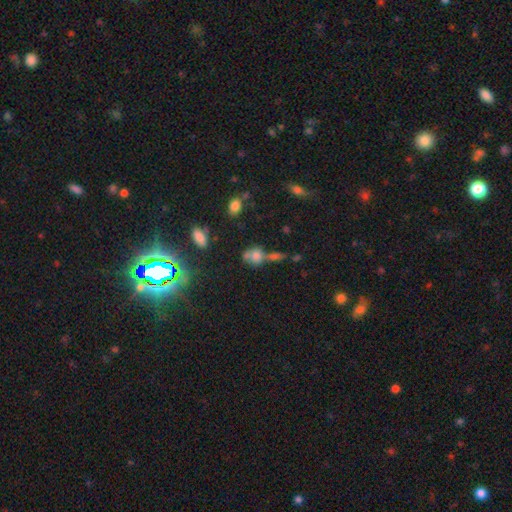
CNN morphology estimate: A smooth galaxy with no disk features (68%) that is round (62%).

Vote fractions:
- Smooth or featured? smooth: 68% / featured or disk: 16% / star or artifact: 15%
- How rounded? round: 62% / in between: 35% / cigar-shaped: 4%
- Merging? merger: 45% / none: 33% / minor disturbance: 13% / major disturbance: 9%